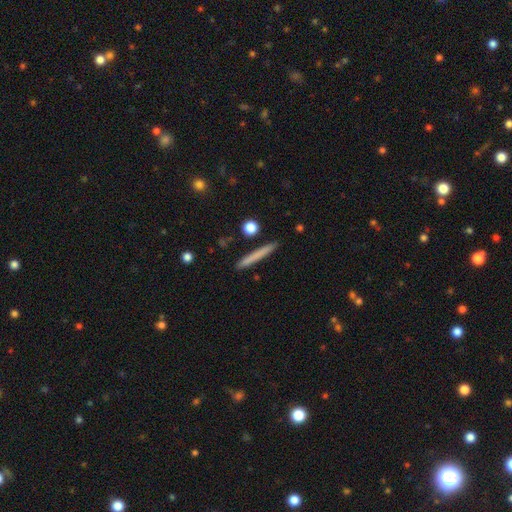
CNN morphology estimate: Overall: smooth (70%). How rounded: cigar-shaped (96%). Merging: none (90%).